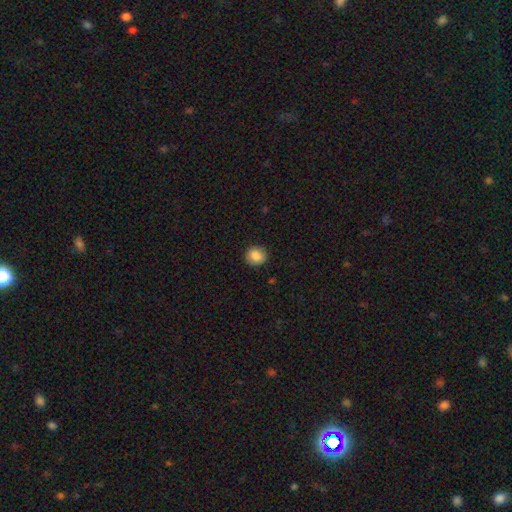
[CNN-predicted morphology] Smooth or featured? Predicted: smooth (p=0.87). How rounded? Predicted: round (p=0.82). Merging? Predicted: none (p=0.88).